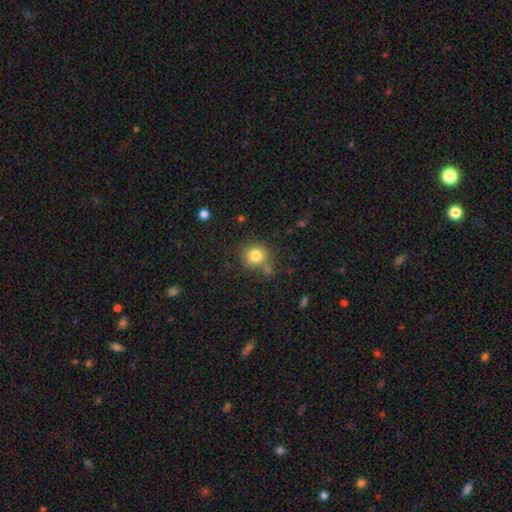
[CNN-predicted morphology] Smooth or featured? smooth (81%)
How rounded? round (87%)
Merging? none (71%)